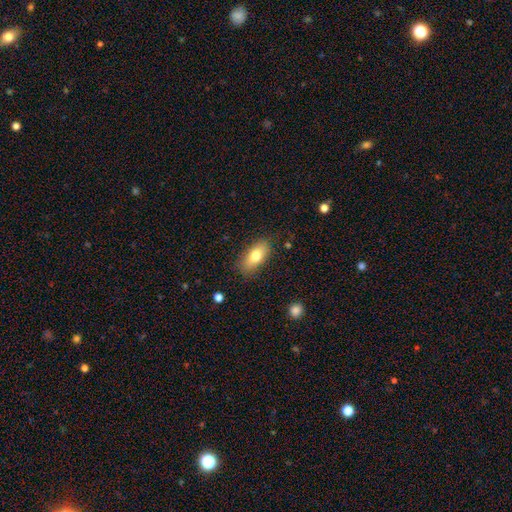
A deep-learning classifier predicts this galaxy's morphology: type=smooth (75%); roundness=in between (85%); merging=none (83%).